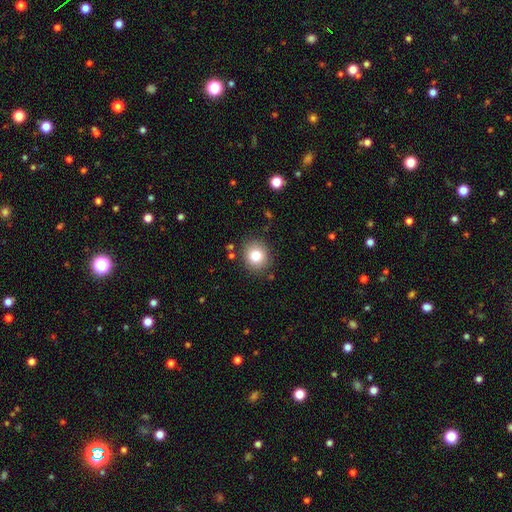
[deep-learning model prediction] Smooth or featured?
  - smooth: 81% *
  - star or artifact: 10%
  - featured or disk: 8%
How rounded?
  - round: 80% *
  - in between: 19%
  - cigar-shaped: 1%
Merging?
  - none: 86% *
  - minor disturbance: 9%
  - major disturbance: 3%
  - merger: 2%